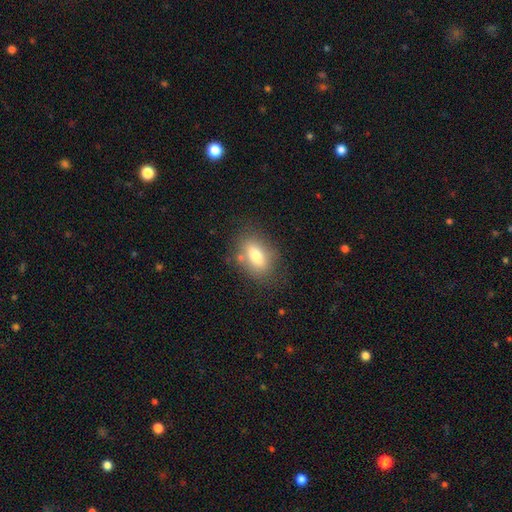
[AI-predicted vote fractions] Overall: smooth (73%). How rounded: in between (83%). Merging: none (75%).